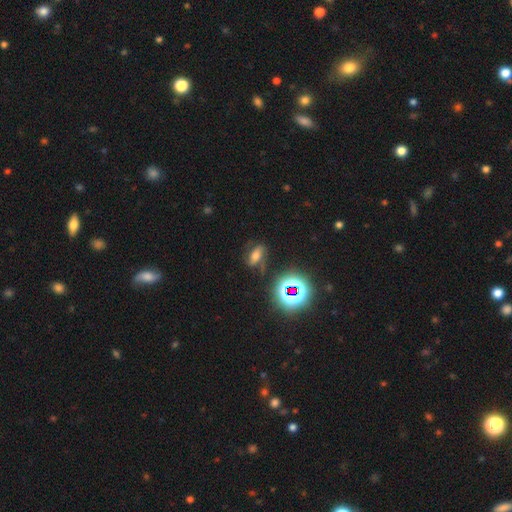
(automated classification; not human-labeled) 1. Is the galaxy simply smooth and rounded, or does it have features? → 36% smooth, 33% featured or disk, 31% star or artifact.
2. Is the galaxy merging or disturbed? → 65% none, 20% minor disturbance, 11% major disturbance, 4% merger.